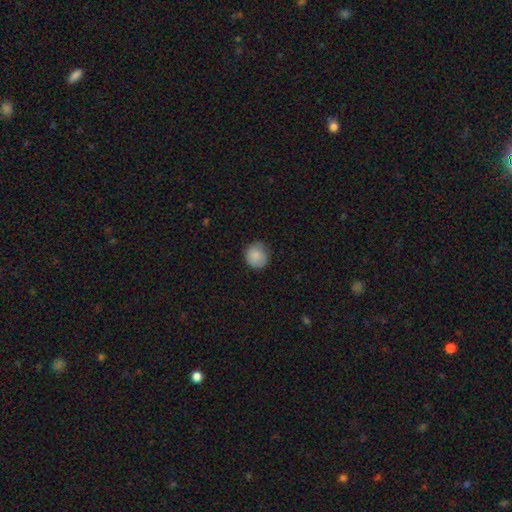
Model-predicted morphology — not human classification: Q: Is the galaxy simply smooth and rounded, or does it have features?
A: smooth — 85%.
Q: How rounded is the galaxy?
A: round — 88%.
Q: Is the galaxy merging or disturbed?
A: none — 76%.